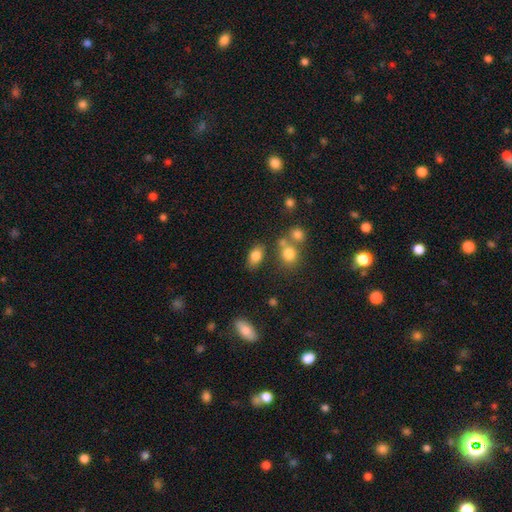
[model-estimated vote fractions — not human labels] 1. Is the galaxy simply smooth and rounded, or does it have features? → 80% smooth, 11% star or artifact, 10% featured or disk.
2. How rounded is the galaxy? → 85% in between, 13% round, 3% cigar-shaped.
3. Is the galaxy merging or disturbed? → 71% none, 13% minor disturbance, 11% merger, 5% major disturbance.